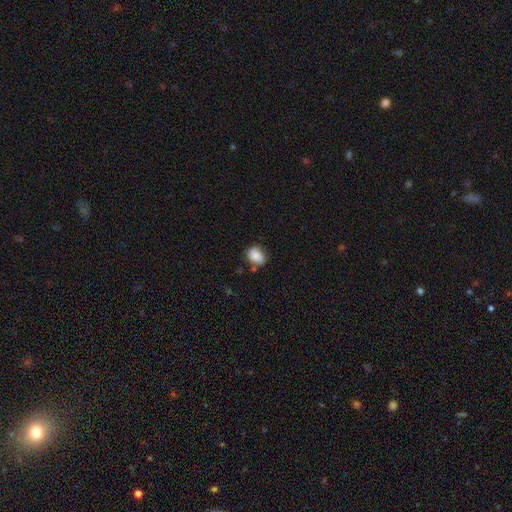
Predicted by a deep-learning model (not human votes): smooth-or-featured: smooth: 85% | star or artifact: 8% | featured or disk: 7%
  how-rounded: in between: 63% | round: 35% | cigar-shaped: 1%
  merging: none: 68% | minor disturbance: 22% | merger: 5% | major disturbance: 5%